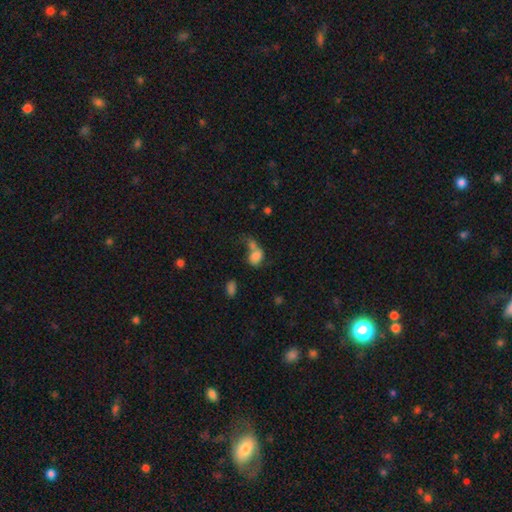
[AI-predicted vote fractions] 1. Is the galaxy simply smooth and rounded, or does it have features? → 74% smooth, 15% featured or disk, 11% star or artifact.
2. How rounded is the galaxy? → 68% in between, 30% round, 2% cigar-shaped.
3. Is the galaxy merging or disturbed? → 53% merger, 21% none, 14% major disturbance, 12% minor disturbance.